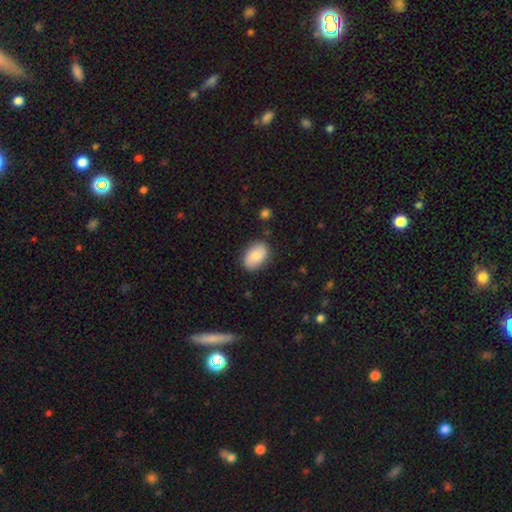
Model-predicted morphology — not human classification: Q: Smooth or featured?
A: smooth (77%); runner-up: featured or disk (17%)
Q: How rounded?
A: in between (87%); runner-up: round (12%)
Q: Merging?
A: none (83%); runner-up: minor disturbance (13%)